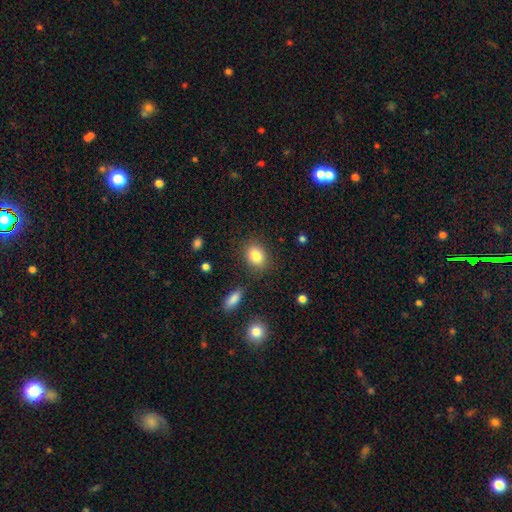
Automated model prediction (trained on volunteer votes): Smooth or featured? smooth (83%)
How rounded? in between (60%)
Merging? none (84%)